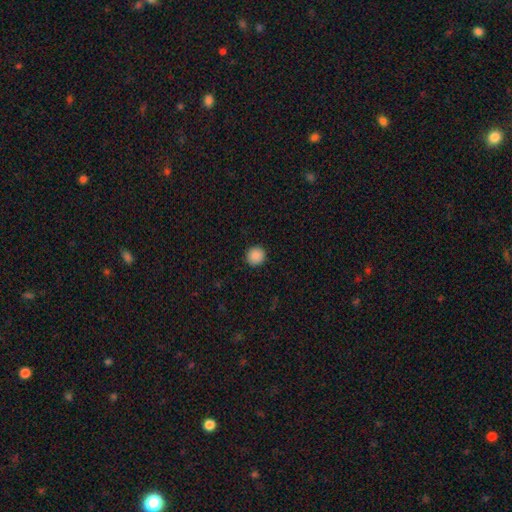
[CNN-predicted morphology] smooth 89%, star or artifact 9%, featured or disk 3%. Down the decision tree: how rounded — round (92%); merging — none (92%).